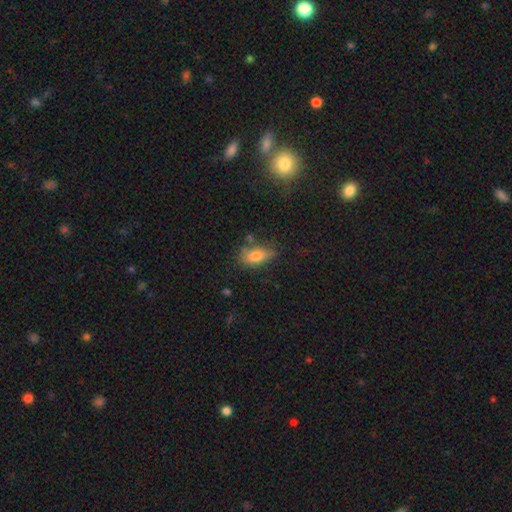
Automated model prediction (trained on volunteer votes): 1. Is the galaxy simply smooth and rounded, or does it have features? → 76% smooth, 14% featured or disk, 10% star or artifact.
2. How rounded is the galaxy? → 86% in between, 7% round, 7% cigar-shaped.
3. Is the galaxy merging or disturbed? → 59% none, 25% minor disturbance, 9% major disturbance, 7% merger.